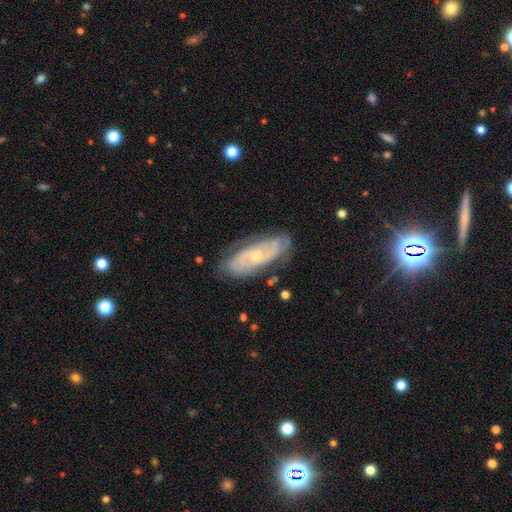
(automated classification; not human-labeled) This appears to be a featured or disk galaxy (79%) with no bar (67%), 2 (56%) tight (51%) spiral arms (90%) and a small central bulge (63%). Merging: none (76%).